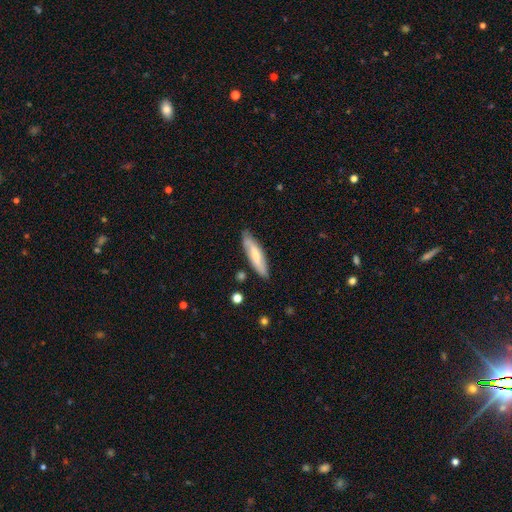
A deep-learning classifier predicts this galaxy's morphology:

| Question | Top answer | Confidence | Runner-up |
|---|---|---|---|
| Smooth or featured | smooth | 56% | featured or disk (38%) |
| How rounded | cigar-shaped | 65% | in between (34%) |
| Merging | none | 81% | minor disturbance (15%) |